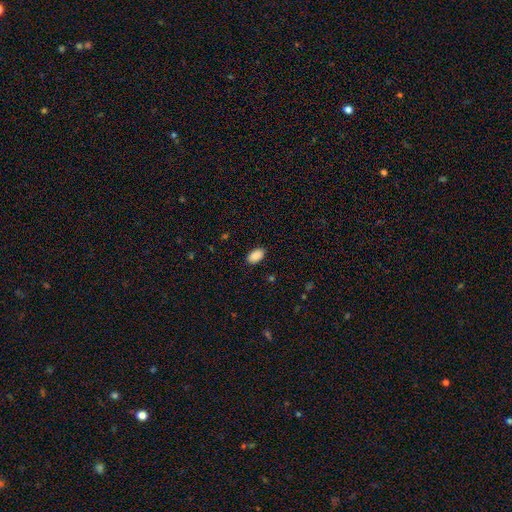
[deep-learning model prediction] smooth-or-featured: smooth: 90% | star or artifact: 7% | featured or disk: 3%
  how-rounded: in between: 94% | round: 5% | cigar-shaped: 1%
  merging: none: 89% | minor disturbance: 8% | major disturbance: 2% | merger: 1%